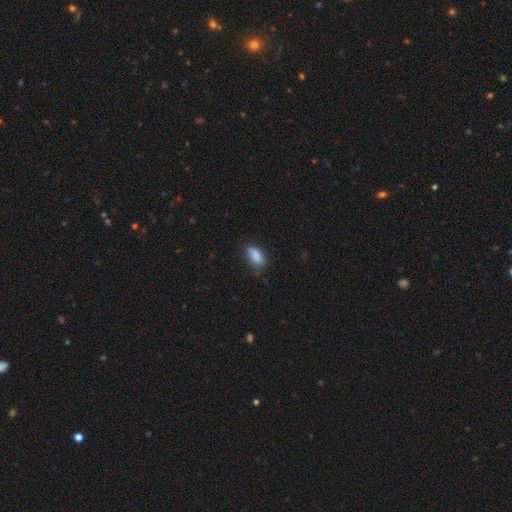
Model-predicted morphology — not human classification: smooth-or-featured: smooth: 87% | star or artifact: 8% | featured or disk: 6%
  how-rounded: in between: 87% | cigar-shaped: 9% | round: 4%
  merging: none: 68% | minor disturbance: 25% | major disturbance: 5% | merger: 2%